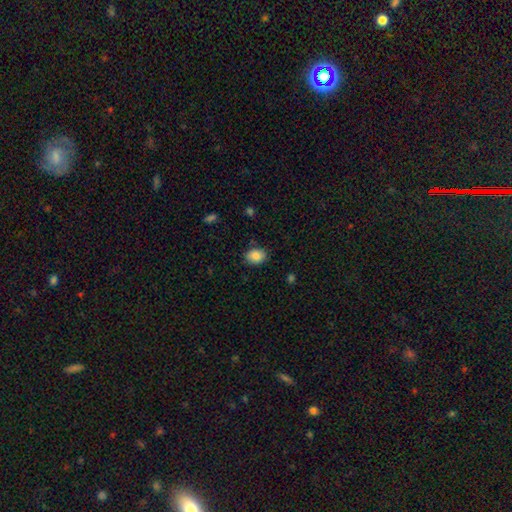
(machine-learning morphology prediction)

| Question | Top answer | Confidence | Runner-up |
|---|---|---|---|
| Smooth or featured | smooth | 86% | star or artifact (8%) |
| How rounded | in between | 58% | round (41%) |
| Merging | none | 84% | minor disturbance (12%) |